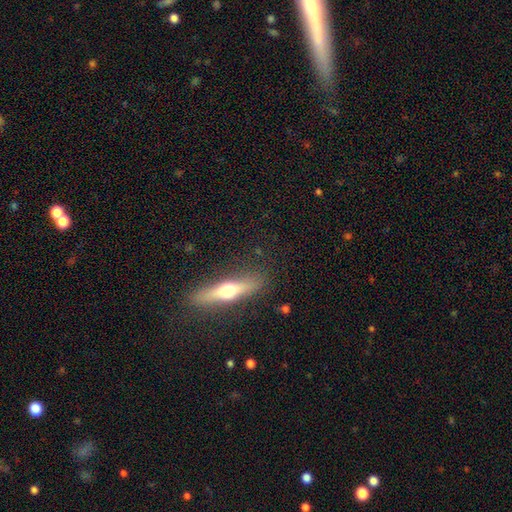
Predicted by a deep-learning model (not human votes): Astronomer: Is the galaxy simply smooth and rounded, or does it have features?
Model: featured or disk — 57% (runner-up: smooth, 35%).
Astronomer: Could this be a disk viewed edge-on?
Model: yes — 92%.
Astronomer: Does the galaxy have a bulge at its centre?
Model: rounded — 92%.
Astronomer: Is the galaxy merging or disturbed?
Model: none — 87%.